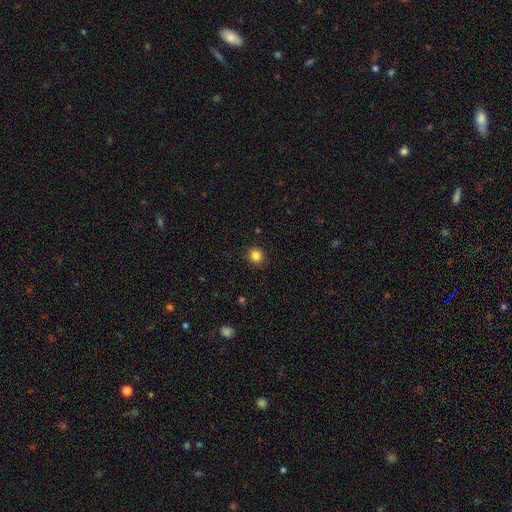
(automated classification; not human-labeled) Q: Smooth or featured?
A: smooth (84%); runner-up: star or artifact (12%)
Q: How rounded?
A: round (93%); runner-up: in between (6%)
Q: Merging?
A: none (92%); runner-up: minor disturbance (5%)